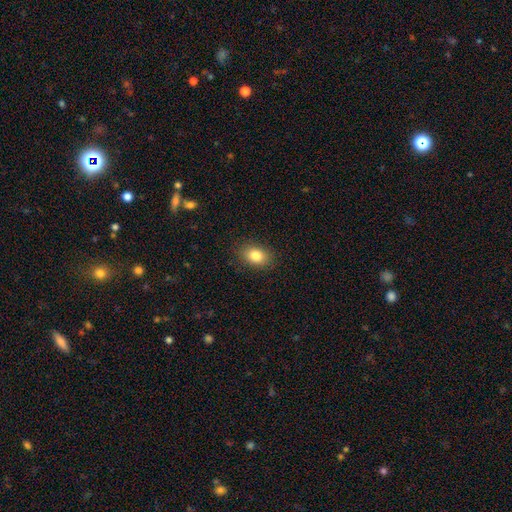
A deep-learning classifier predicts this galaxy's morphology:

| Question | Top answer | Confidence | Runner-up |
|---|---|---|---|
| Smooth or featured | smooth | 83% | star or artifact (9%) |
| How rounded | in between | 77% | round (22%) |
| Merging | none | 88% | minor disturbance (9%) |